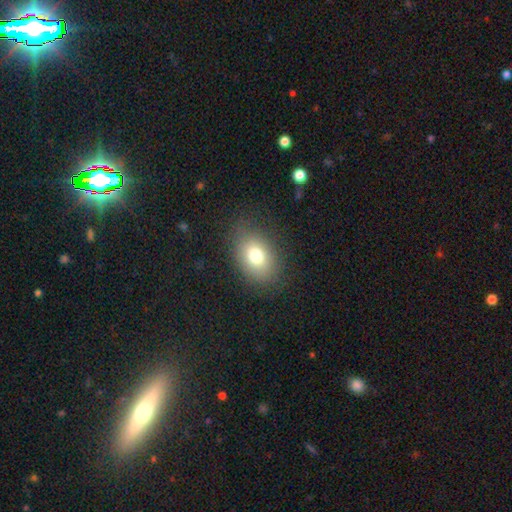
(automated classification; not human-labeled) Smooth or featured: smooth — 77% (featured or disk — 12%)
How rounded: in between — 72% (round — 27%)
Merging: none — 80% (minor disturbance — 13%)